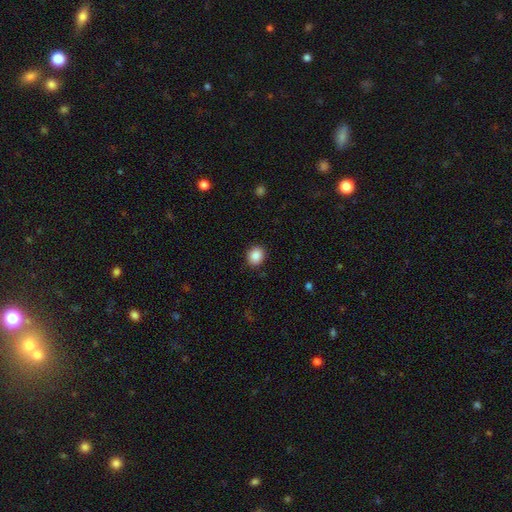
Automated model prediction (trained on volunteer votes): Q: Smooth or featured?
A: smooth (88%); runner-up: star or artifact (9%)
Q: How rounded?
A: round (64%); runner-up: in between (35%)
Q: Merging?
A: none (89%); runner-up: minor disturbance (8%)